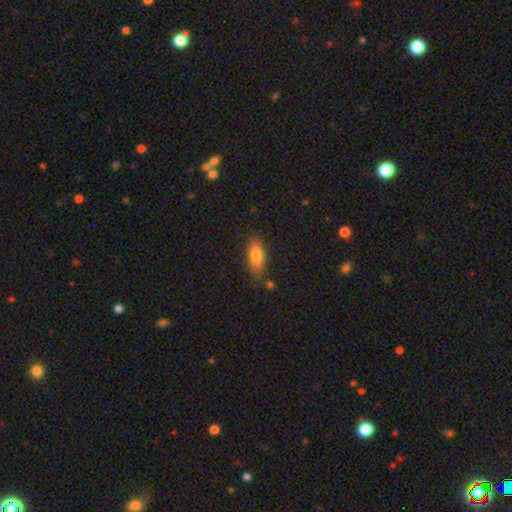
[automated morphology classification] A smooth galaxy with no disk features (76%) that is in between round and cigar-shaped (75%).

Vote fractions:
- Smooth or featured? smooth: 76% / featured or disk: 17% / star or artifact: 8%
- How rounded? in between: 75% / cigar-shaped: 22% / round: 3%
- Merging? none: 77% / minor disturbance: 17% / major disturbance: 4% / merger: 3%